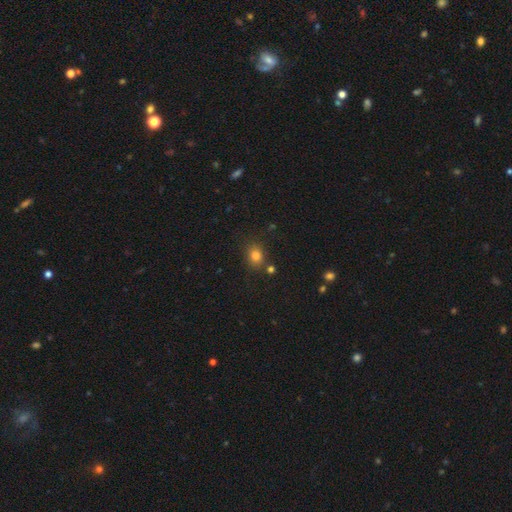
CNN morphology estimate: The model was most divided on "how rounded": round: 53%, in between: 46%, cigar-shaped: 1%. More confident: smooth or featured — smooth (79%); merging — none (77%).